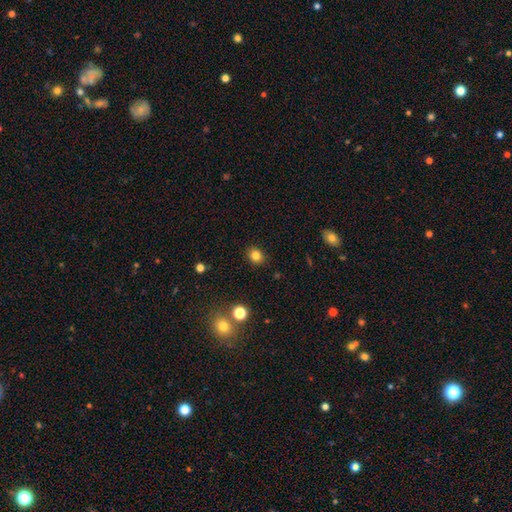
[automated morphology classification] Smooth or featured? Predicted: smooth (p=0.83). How rounded? Predicted: round (p=0.60). Merging? Predicted: none (p=0.89).